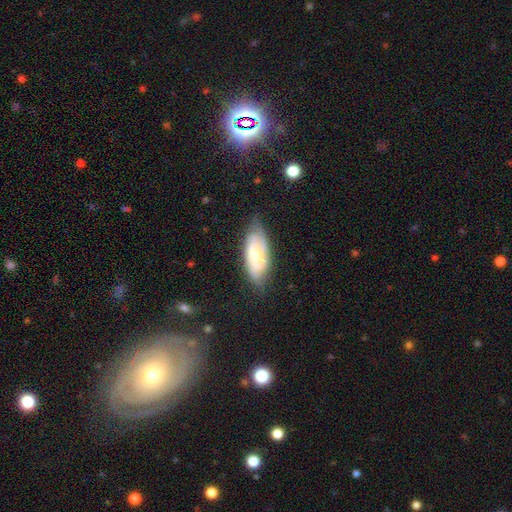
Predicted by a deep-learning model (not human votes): smooth-or-featured: featured or disk: 52% | smooth: 42% | star or artifact: 7%
  disk-edge-on: no: 84% | yes: 16%
  merging: none: 64% | minor disturbance: 27% | major disturbance: 7% | merger: 2%